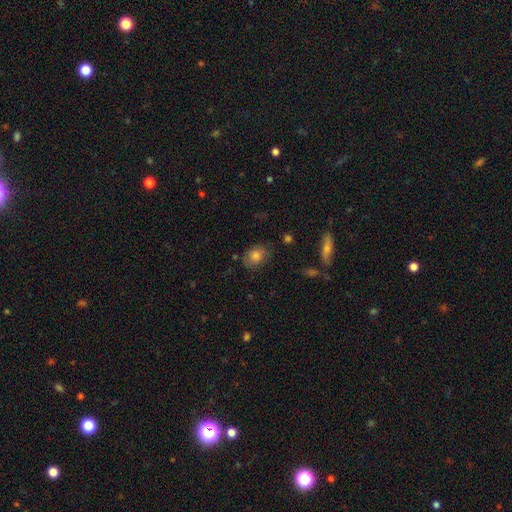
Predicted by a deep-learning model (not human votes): Smooth or featured: smooth — 77% (featured or disk — 12%)
How rounded: in between — 55% (round — 44%)
Merging: none — 74% (minor disturbance — 19%)